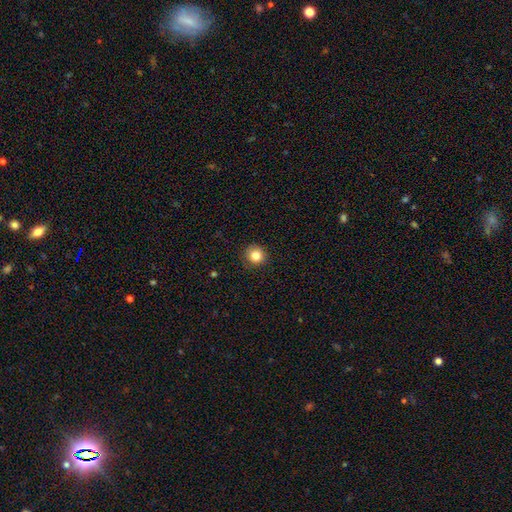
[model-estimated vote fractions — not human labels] Smooth or featured: smooth — 84% (star or artifact — 10%)
How rounded: round — 92% (in between — 7%)
Merging: none — 86% (minor disturbance — 10%)